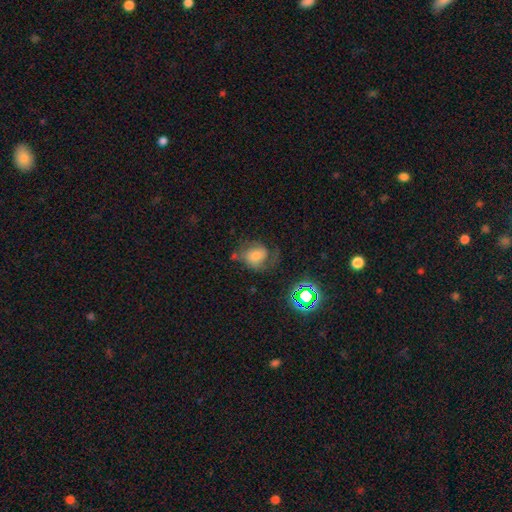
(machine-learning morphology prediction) Smooth or featured: smooth — 43% (featured or disk — 41%)
Merging: none — 43% (minor disturbance — 27%)